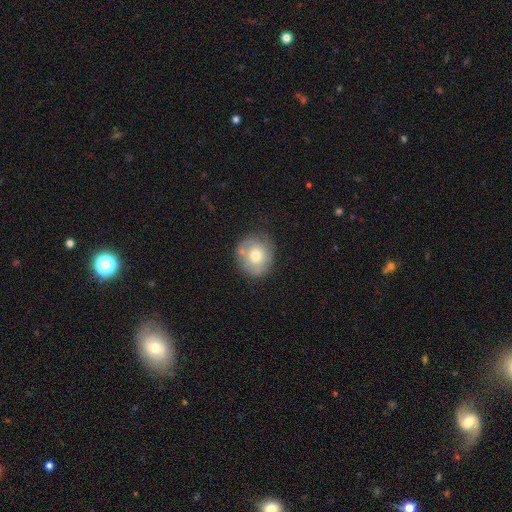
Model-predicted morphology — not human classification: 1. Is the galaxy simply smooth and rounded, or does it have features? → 66% smooth, 26% featured or disk, 9% star or artifact.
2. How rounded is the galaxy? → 83% round, 16% in between, 1% cigar-shaped.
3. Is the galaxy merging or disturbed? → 71% none, 20% minor disturbance, 6% major disturbance, 4% merger.